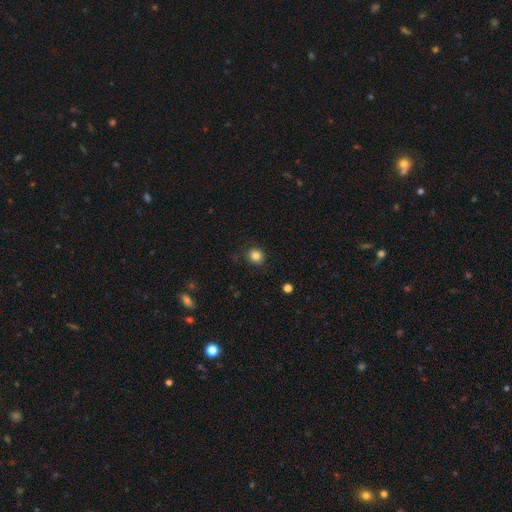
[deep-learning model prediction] Overall: smooth (84%). How rounded: round (87%). Merging: none (86%).